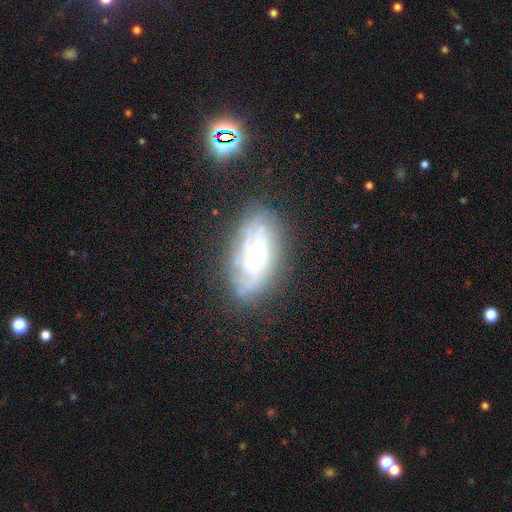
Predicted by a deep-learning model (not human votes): smooth_or_featured: featured or disk (p=0.73) [alt: smooth p=0.18]
disk_edge_on: no (p=0.82) [alt: yes p=0.18]
bar: no (p=0.65) [alt: weak p=0.26]
has_spiral_arms: yes (p=0.76) [alt: no p=0.24]
bulge_size: moderate (p=0.66) [alt: small p=0.17]
merging: none (p=0.73) [alt: minor disturbance p=0.18]